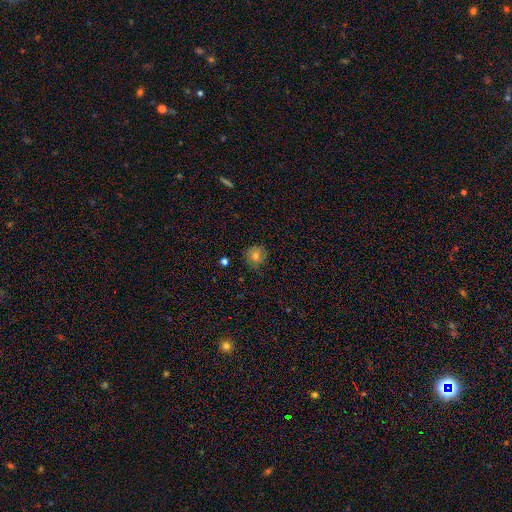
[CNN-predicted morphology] Q: Smooth or featured?
A: smooth (72%); runner-up: star or artifact (15%)
Q: How rounded?
A: round (89%); runner-up: in between (10%)
Q: Merging?
A: none (81%); runner-up: minor disturbance (14%)